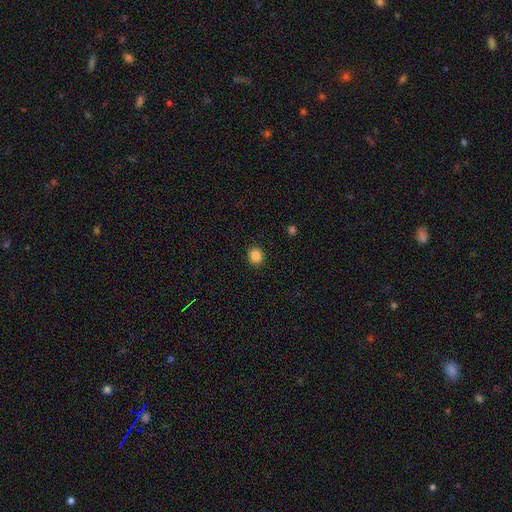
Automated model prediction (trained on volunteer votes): This is clearly a smooth galaxy (87%). How rounded: likely round (70%). Merging: clearly none (91%).